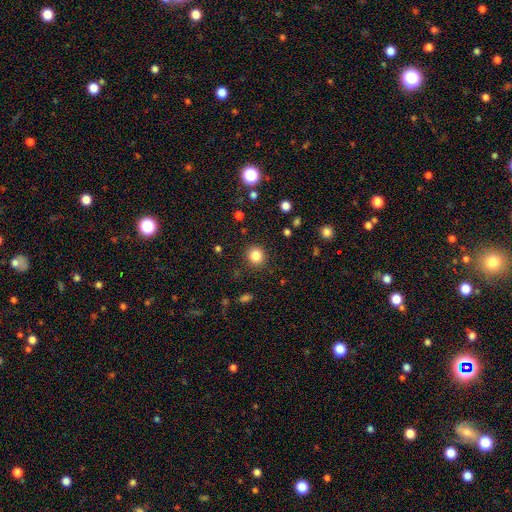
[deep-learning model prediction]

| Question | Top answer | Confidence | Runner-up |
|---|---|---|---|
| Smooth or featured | smooth | 83% | star or artifact (12%) |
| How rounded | round | 89% | in between (10%) |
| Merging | none | 89% | minor disturbance (7%) |